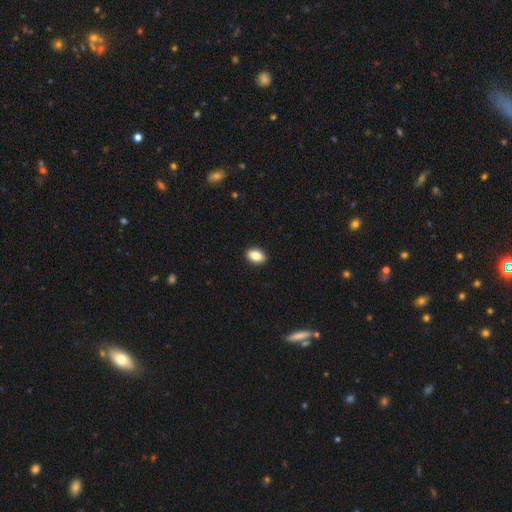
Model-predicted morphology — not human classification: Smooth or featured?
  - smooth: 86% *
  - star or artifact: 8%
  - featured or disk: 6%
How rounded?
  - in between: 85% *
  - round: 13%
  - cigar-shaped: 2%
Merging?
  - none: 91% *
  - minor disturbance: 6%
  - major disturbance: 2%
  - merger: 1%